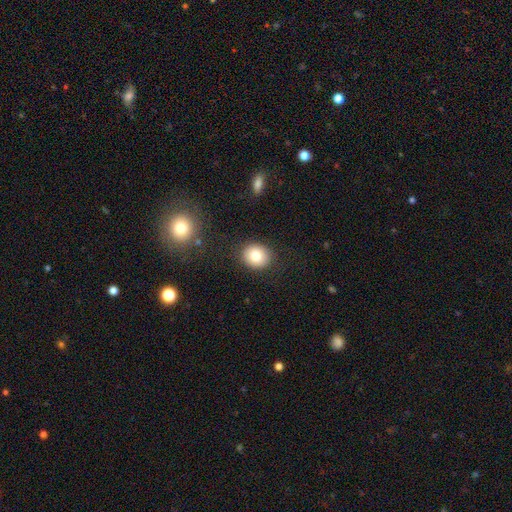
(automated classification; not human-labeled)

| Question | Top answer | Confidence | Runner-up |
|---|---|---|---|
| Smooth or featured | smooth | 80% | star or artifact (10%) |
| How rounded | round | 70% | in between (29%) |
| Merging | none | 88% | minor disturbance (8%) |